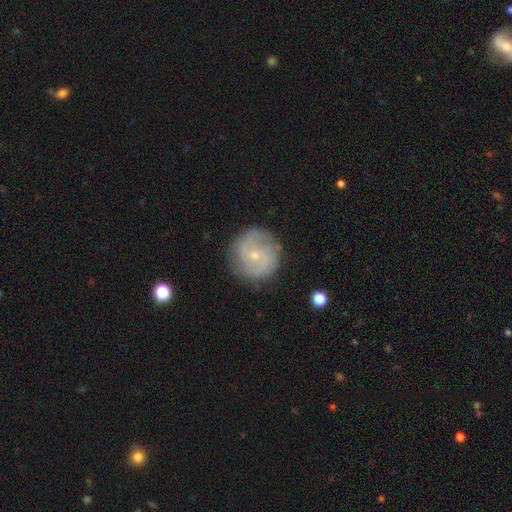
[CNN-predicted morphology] A featured or disk galaxy (67%) with no bar (64%), 2 (63%) tight (44%) spiral arms (87%) and a small central bulge (71%). Merging: none (83%).